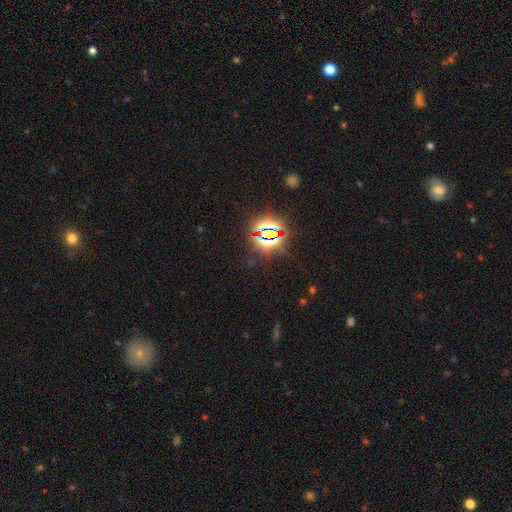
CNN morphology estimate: type=star or artifact (82%).